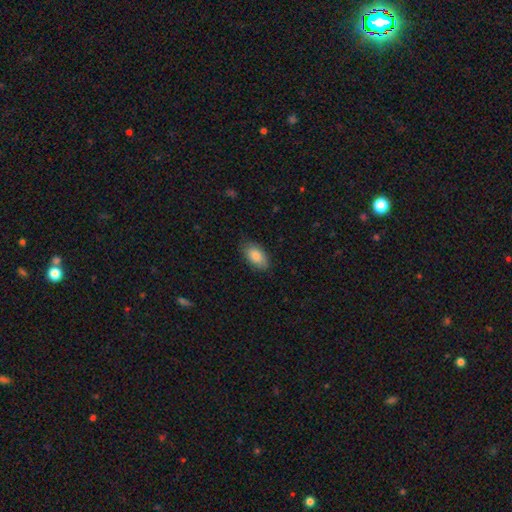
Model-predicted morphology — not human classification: smooth 85%, featured or disk 8%, star or artifact 6%. Down the decision tree: how rounded — in between (93%); merging — none (79%).